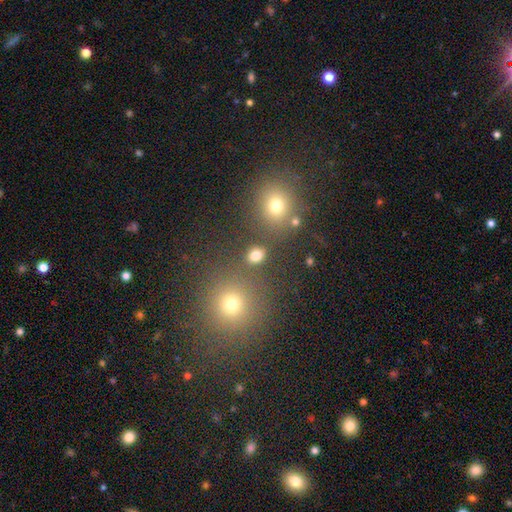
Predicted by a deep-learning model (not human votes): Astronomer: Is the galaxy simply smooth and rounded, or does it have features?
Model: smooth — 78%.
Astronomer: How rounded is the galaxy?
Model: round — 58% (runner-up: in between, 40%).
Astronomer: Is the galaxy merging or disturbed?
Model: none — 79%.